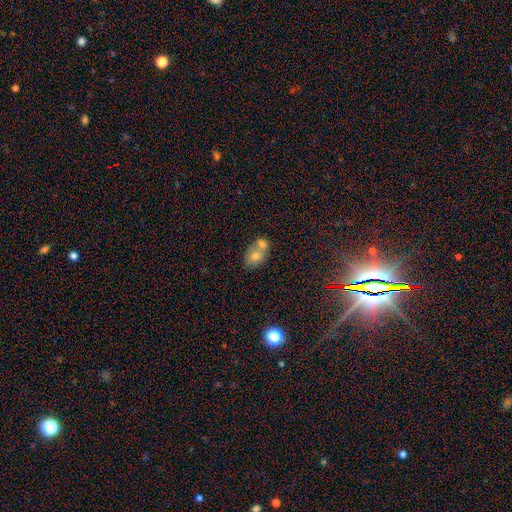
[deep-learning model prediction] smooth 65%, featured or disk 21%, star or artifact 14%. Down the decision tree: how rounded — in between (60%); merging — merger (55%).